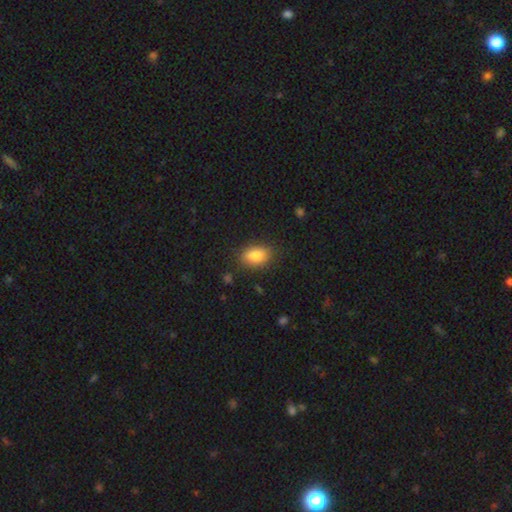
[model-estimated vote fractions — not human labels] Q: Smooth or featured?
A: smooth (85%); runner-up: star or artifact (8%)
Q: How rounded?
A: in between (88%); runner-up: round (9%)
Q: Merging?
A: none (80%); runner-up: minor disturbance (14%)